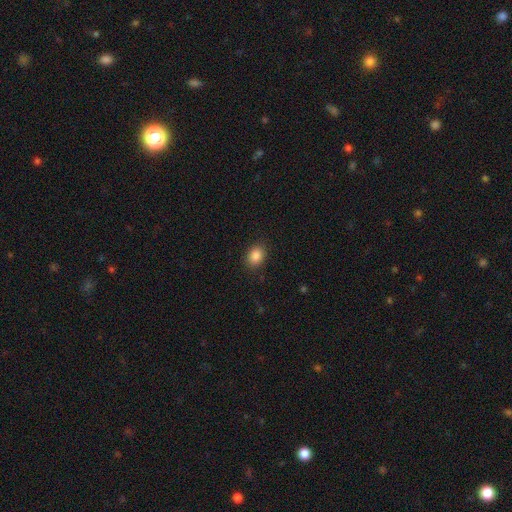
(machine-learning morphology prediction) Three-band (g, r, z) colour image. It shows a smooth galaxy with no disk features (87%) that is in between round and cigar-shaped (62%). Merging: none (87%).